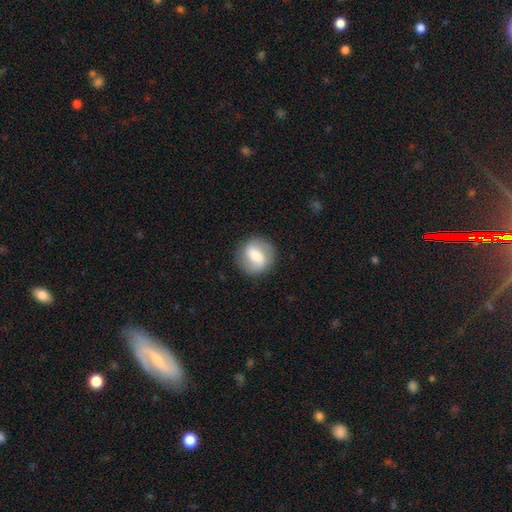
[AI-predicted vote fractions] Smooth or featured? Predicted: featured or disk (p=0.52). Edge-on disk? Predicted: no (p=0.96). Merging? Predicted: none (p=0.85).